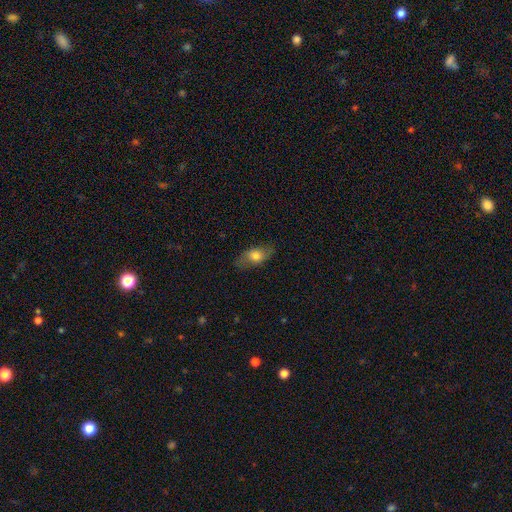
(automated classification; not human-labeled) Smooth or featured? smooth (68%)
How rounded? in between (82%)
Merging? none (75%)